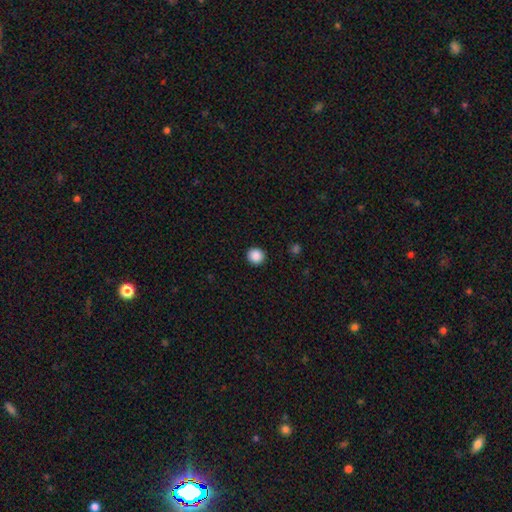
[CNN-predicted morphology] smooth-or-featured: smooth: 88% | star or artifact: 9% | featured or disk: 3%
  how-rounded: round: 93% | in between: 6% | cigar-shaped: 1%
  merging: none: 93% | minor disturbance: 5% | major disturbance: 2% | merger: 1%